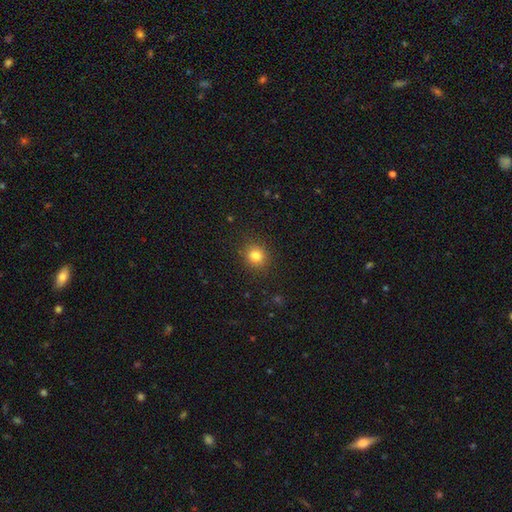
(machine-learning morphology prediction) A smooth galaxy with no disk features (82%) that is round (85%). Merging: none (89%).